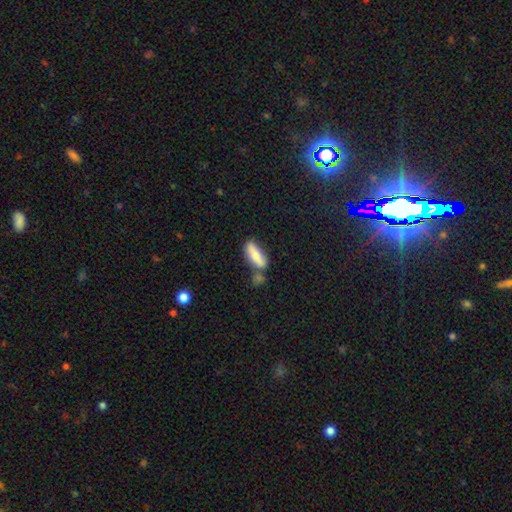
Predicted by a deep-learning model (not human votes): Overall: smooth (68%). How rounded: in between (53%; cigar-shaped 45%). Merging: none (51%; merger 24%).